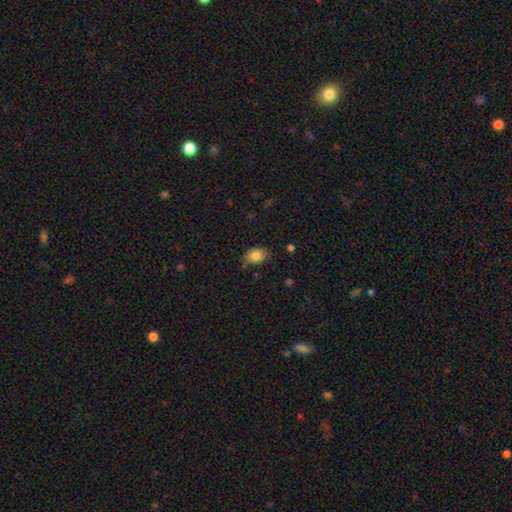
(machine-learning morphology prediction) Smooth or featured: smooth — 81% (featured or disk — 10%)
How rounded: in between — 75% (round — 24%)
Merging: none — 78% (minor disturbance — 17%)